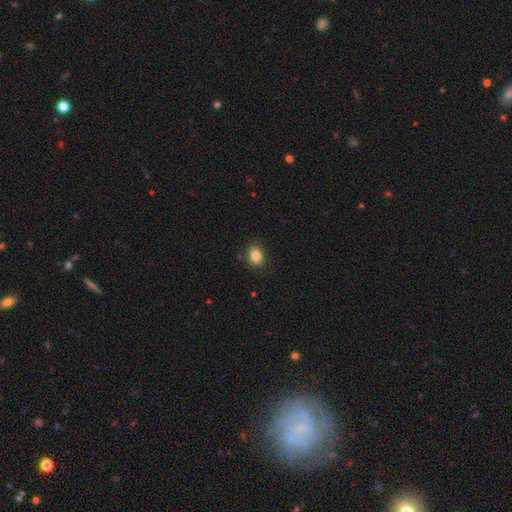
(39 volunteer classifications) Smooth or featured? smooth (87%)
How rounded? round (65%)
Merging? none (89%)